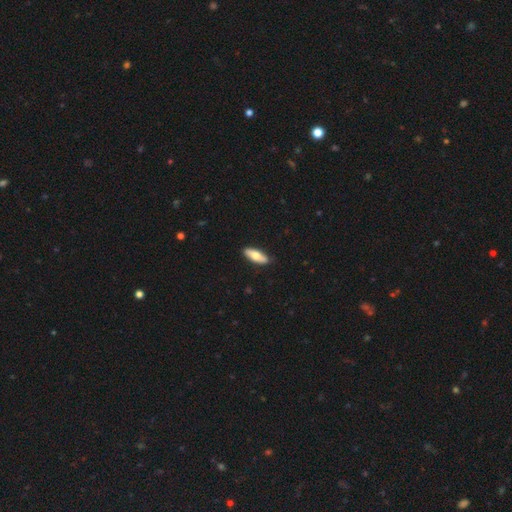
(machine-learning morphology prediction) A smooth galaxy with no disk features (65%) that is in between round and cigar-shaped (60%). Merging: none (87%).